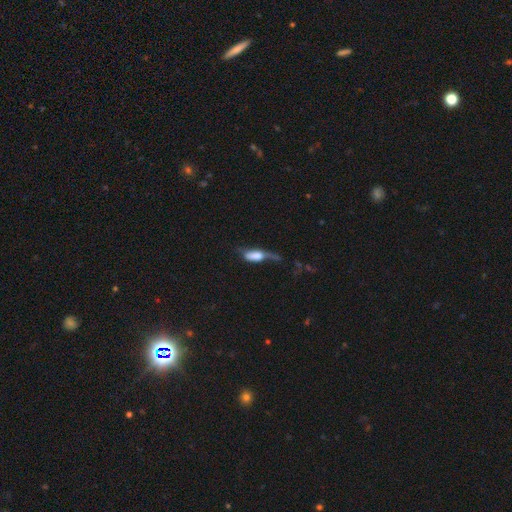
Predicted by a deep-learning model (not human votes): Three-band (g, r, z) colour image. It shows a smooth galaxy with no disk features (64%) that is in between round and cigar-shaped (74%). Merging: major disturbance (46%).